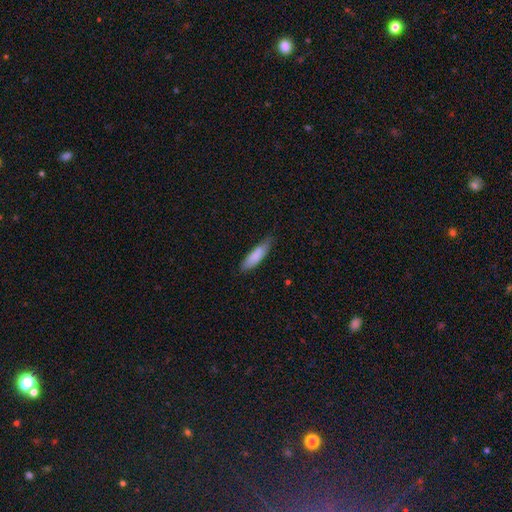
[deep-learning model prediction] smooth 84%, featured or disk 11%, star or artifact 6%. Down the decision tree: how rounded — cigar-shaped (62%); merging — none (72%).